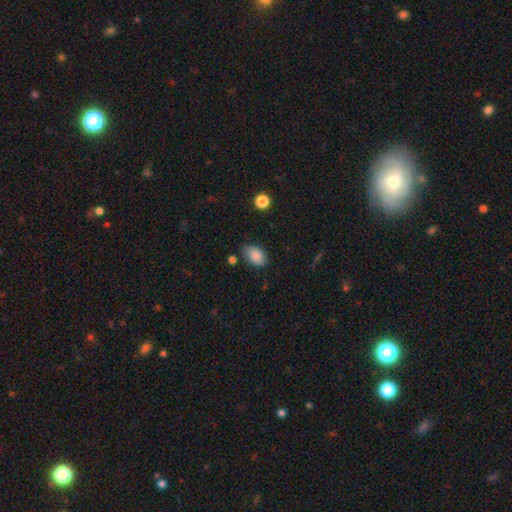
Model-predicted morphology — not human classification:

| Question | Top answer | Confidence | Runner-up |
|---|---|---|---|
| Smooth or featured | smooth | 86% | star or artifact (8%) |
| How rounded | in between | 87% | round (12%) |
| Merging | none | 74% | minor disturbance (19%) |